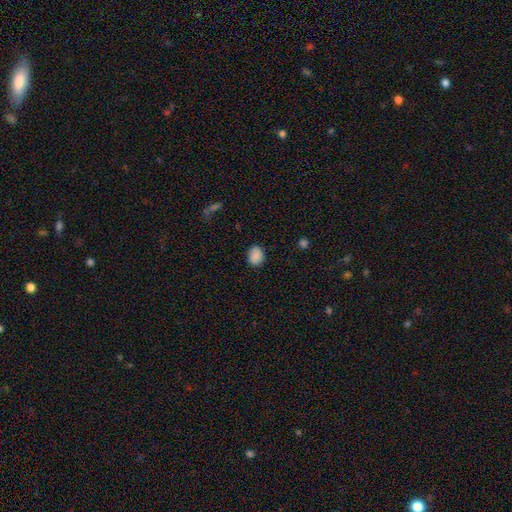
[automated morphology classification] The model was most divided on "how rounded": in between: 52%, round: 47%, cigar-shaped: 1%. More confident: smooth or featured — smooth (87%); merging — none (80%).